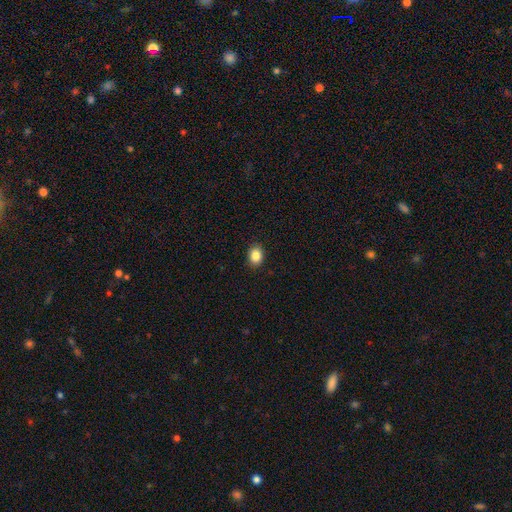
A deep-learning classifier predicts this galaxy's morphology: This is clearly a smooth galaxy (87%). How rounded: likely in between (64%). Merging: clearly none (90%).